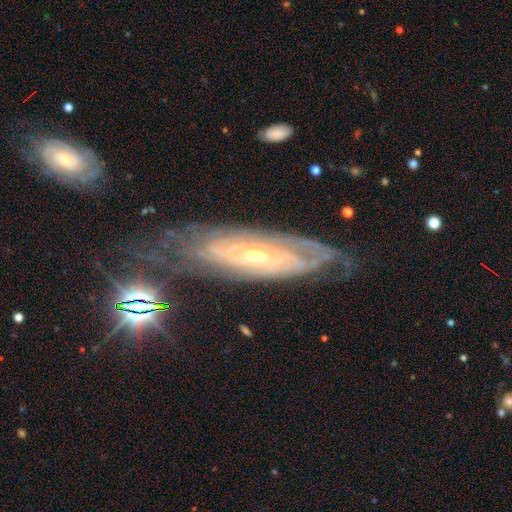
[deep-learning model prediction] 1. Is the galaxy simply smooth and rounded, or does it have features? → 83% featured or disk, 9% smooth, 8% star or artifact.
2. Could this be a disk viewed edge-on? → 83% no, 17% yes.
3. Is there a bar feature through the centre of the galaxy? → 59% no, 28% weak, 12% strong.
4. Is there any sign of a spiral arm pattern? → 91% yes, 9% no.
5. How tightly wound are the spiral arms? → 74% tight, 21% medium, 5% loose.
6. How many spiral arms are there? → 55% can't tell, 19% 2, 10% 3, 7% 4, 5% more than 4, 4% 1.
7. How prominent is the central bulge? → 63% small, 34% moderate, 2% large, 1% none, 1% dominant.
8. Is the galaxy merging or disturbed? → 69% none, 20% minor disturbance, 9% major disturbance, 2% merger.